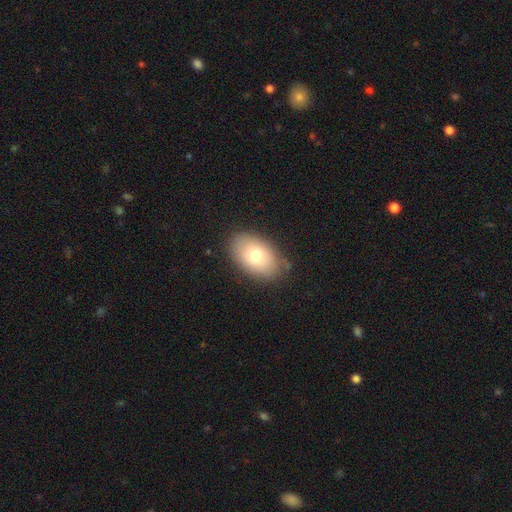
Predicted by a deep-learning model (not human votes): smooth-or-featured: smooth: 75% | featured or disk: 18% | star or artifact: 8%
  how-rounded: in between: 89% | round: 10% | cigar-shaped: 1%
  merging: none: 82% | minor disturbance: 14% | major disturbance: 3% | merger: 1%